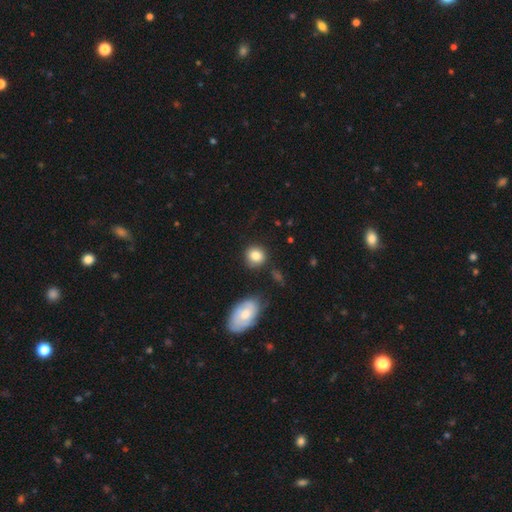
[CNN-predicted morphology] This is clearly a smooth galaxy (84%). How rounded: clearly round (83%). Merging: clearly none (80%).